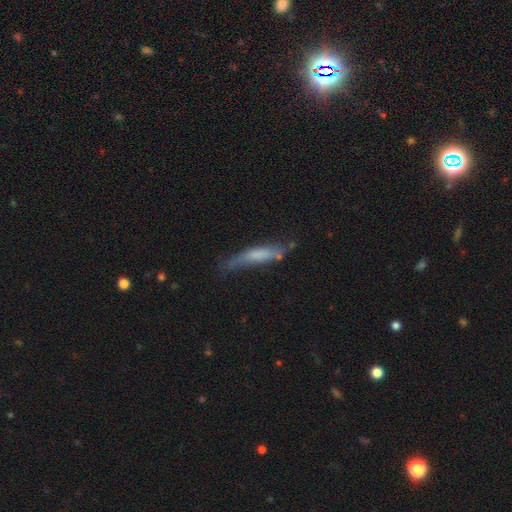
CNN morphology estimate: Q: Smooth or featured?
A: smooth (56%); runner-up: featured or disk (36%)
Q: How rounded?
A: cigar-shaped (87%); runner-up: in between (11%)
Q: Merging?
A: none (54%); runner-up: minor disturbance (29%)